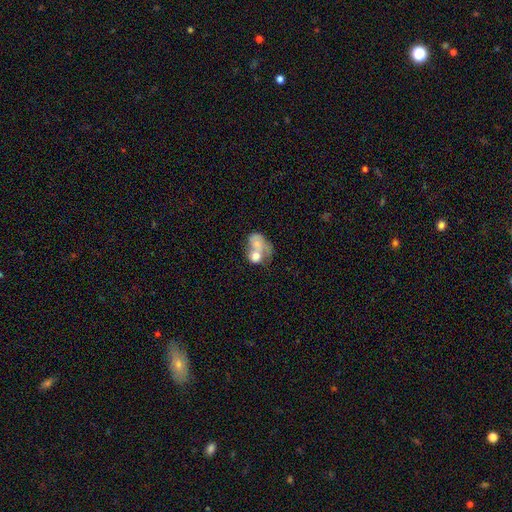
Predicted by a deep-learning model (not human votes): This is possibly a smooth galaxy (59%). How rounded: possibly in between (54%). Merging: likely merger (72%).